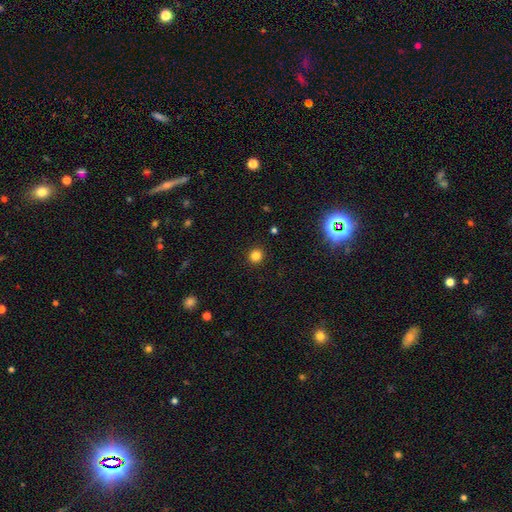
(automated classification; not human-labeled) smooth_or_featured: smooth (p=0.83) [alt: star or artifact p=0.13]
how_rounded: round (p=0.93) [alt: in between p=0.06]
merging: none (p=0.92) [alt: minor disturbance p=0.05]